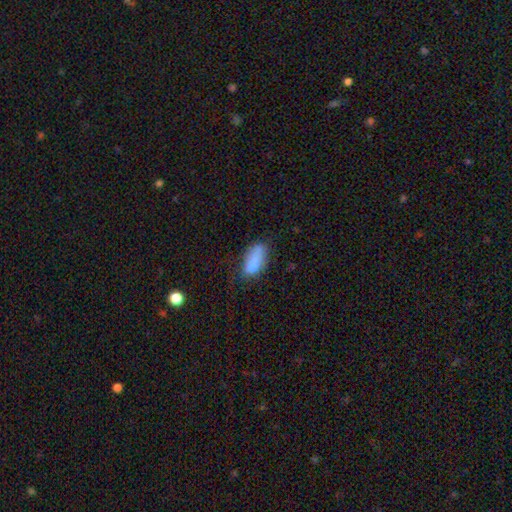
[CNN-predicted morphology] Smooth or featured: smooth — 77% (featured or disk — 14%)
How rounded: in between — 88% (cigar-shaped — 8%)
Merging: none — 44% (minor disturbance — 31%)